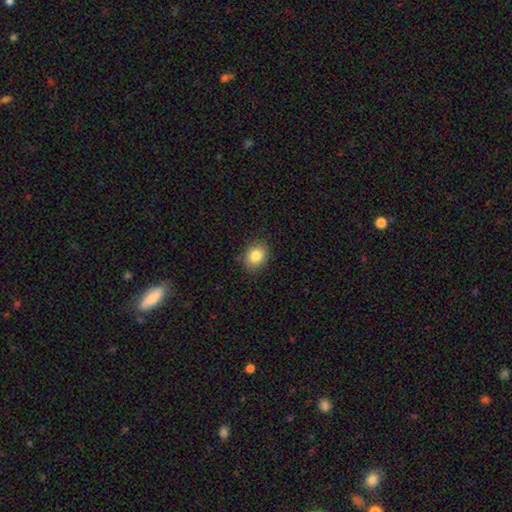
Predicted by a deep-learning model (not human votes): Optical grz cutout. It shows a smooth galaxy with no disk features (84%) that is in between round and cigar-shaped (52%). Merging: none (86%).